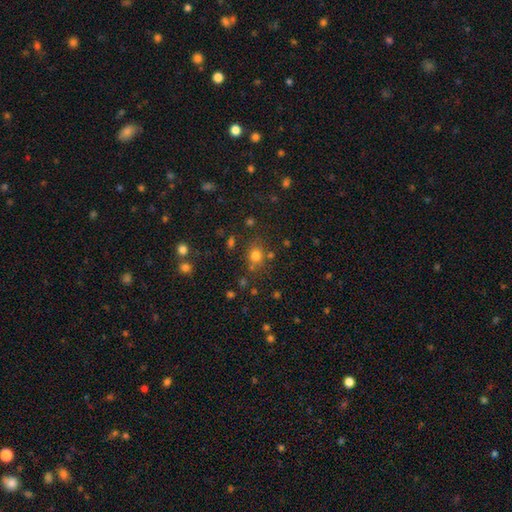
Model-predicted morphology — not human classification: Smooth or featured? smooth (73%)
How rounded? round (75%)
Merging? none (73%)